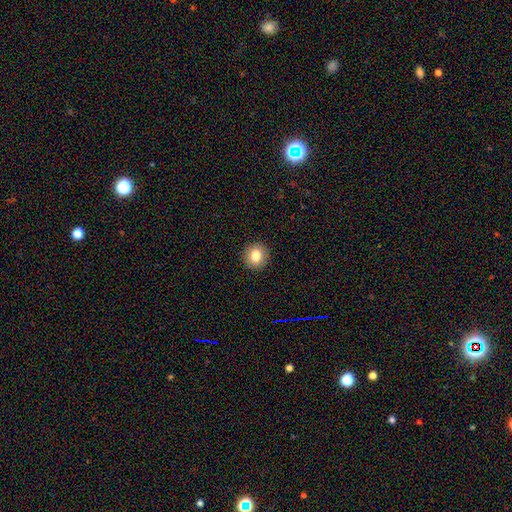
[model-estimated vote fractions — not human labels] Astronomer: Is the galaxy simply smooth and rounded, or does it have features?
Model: smooth — 81%.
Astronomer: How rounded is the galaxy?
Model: round — 91%.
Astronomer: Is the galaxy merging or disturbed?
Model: none — 93%.